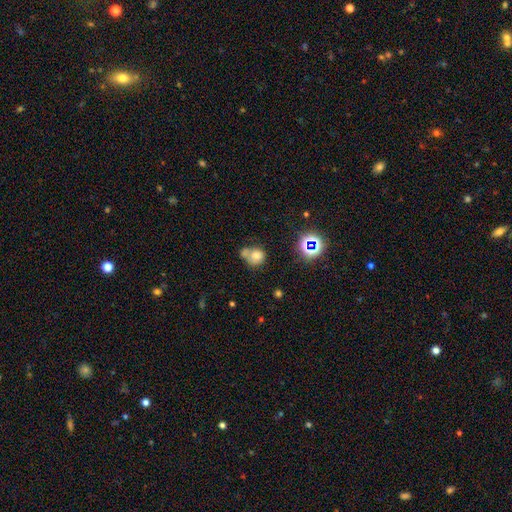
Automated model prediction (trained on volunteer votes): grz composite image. It shows a smooth galaxy with no disk features (69%) that is round (73%). Merging: merger (41%).